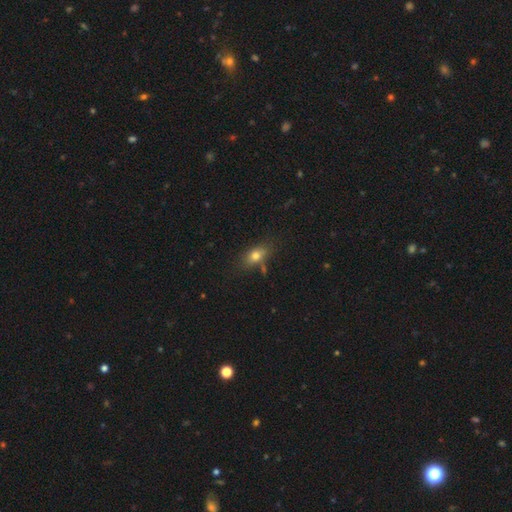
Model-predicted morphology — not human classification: type=smooth (74%); roundness=in between (78%); merging=none (69%).